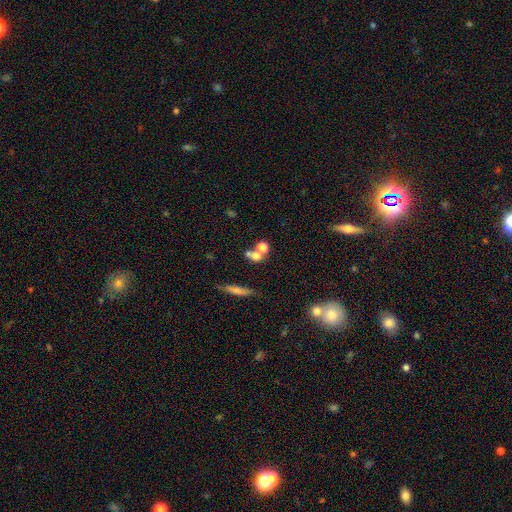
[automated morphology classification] Overall: smooth (65%). How rounded: round (66%; in between 27%). Merging: merger (47%; none 41%).